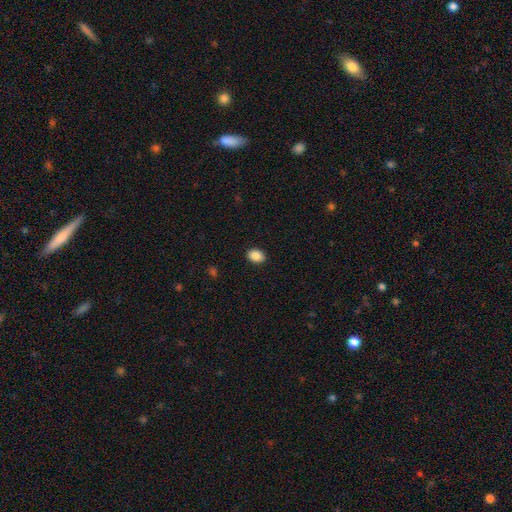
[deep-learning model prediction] Q: Smooth or featured?
A: smooth (89%); runner-up: star or artifact (8%)
Q: How rounded?
A: in between (75%); runner-up: round (24%)
Q: Merging?
A: none (90%); runner-up: minor disturbance (7%)